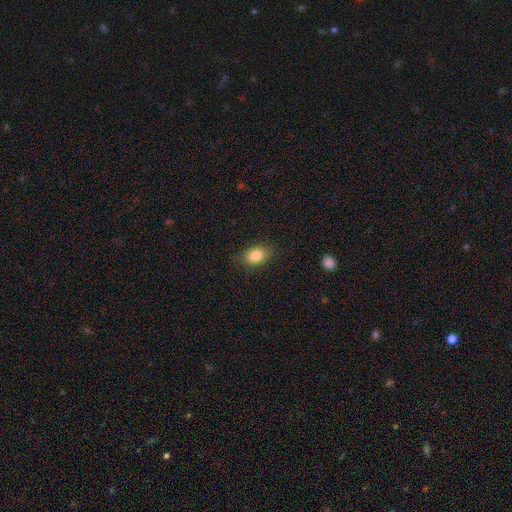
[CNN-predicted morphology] Q: Smooth or featured?
A: smooth (84%); runner-up: star or artifact (9%)
Q: How rounded?
A: in between (74%); runner-up: round (23%)
Q: Merging?
A: none (82%); runner-up: minor disturbance (13%)